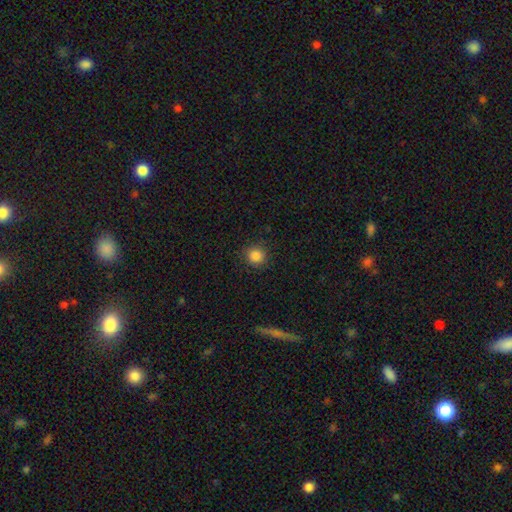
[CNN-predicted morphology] This is clearly a smooth galaxy (86%). How rounded: clearly round (92%). Merging: clearly none (89%).